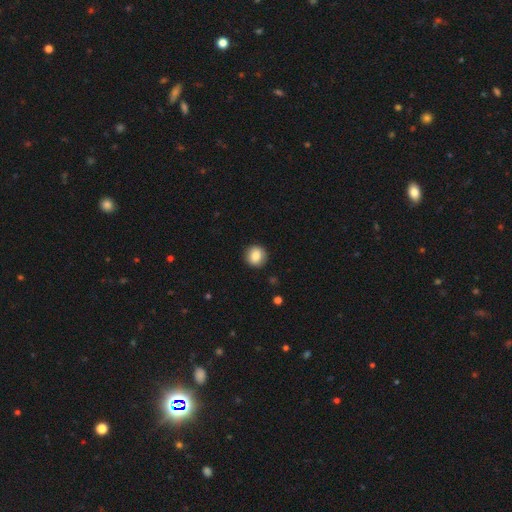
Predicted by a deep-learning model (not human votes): A smooth galaxy with no disk features (83%) that is round (90%). Merging: none (89%).